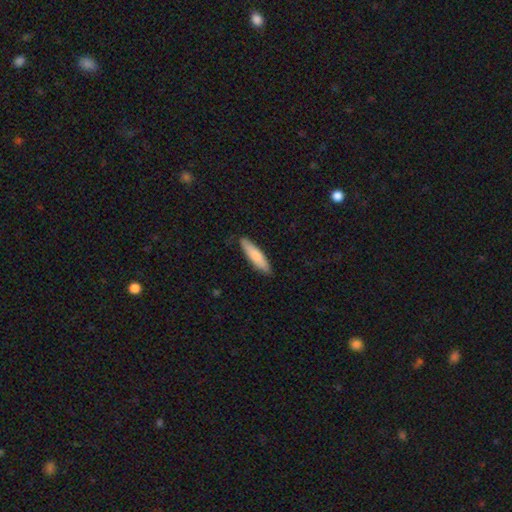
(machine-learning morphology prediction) A smooth galaxy with no disk features (80%) that is cigar-shaped (74%). Merging: none (85%).